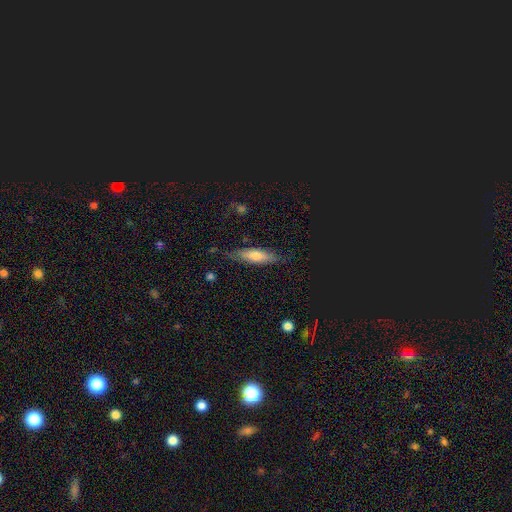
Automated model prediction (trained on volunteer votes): This appears to be a smooth galaxy with no disk features (60%) that is cigar-shaped (59%). Merging: none (75%).